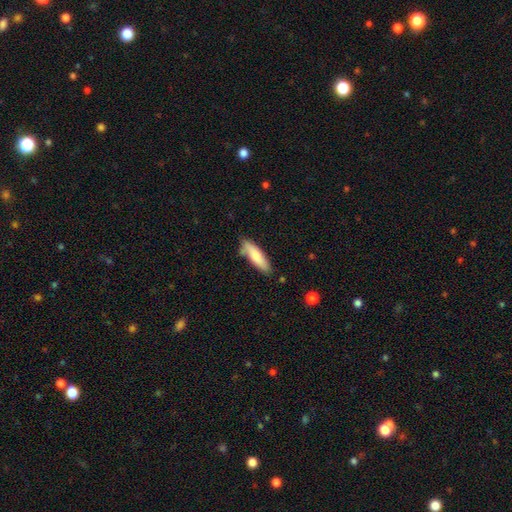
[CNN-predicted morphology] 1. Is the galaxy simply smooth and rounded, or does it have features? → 75% smooth, 19% featured or disk, 6% star or artifact.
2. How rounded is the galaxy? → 59% cigar-shaped, 39% in between, 2% round.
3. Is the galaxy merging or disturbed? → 72% none, 20% minor disturbance, 4% merger, 3% major disturbance.